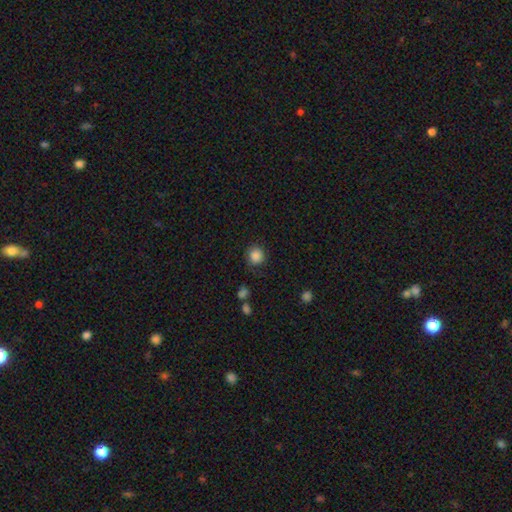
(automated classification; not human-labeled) Smooth or featured? Predicted: smooth (p=0.87). How rounded? Predicted: round (p=0.90). Merging? Predicted: none (p=0.84).